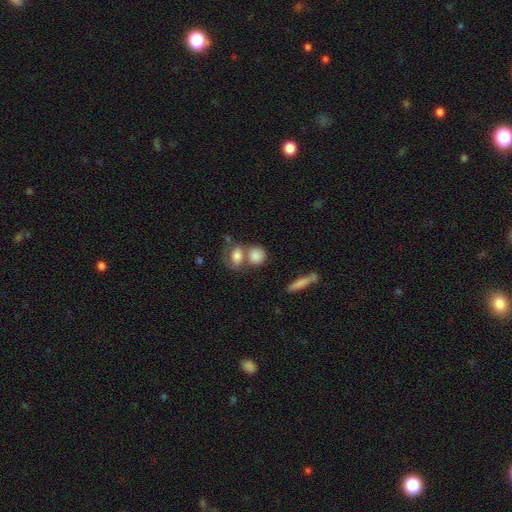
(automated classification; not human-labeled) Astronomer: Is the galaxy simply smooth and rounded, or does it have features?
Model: smooth — 78%.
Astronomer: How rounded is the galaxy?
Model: round — 53% (runner-up: in between, 43%).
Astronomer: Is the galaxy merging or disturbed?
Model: merger — 45% (runner-up: none, 38%).